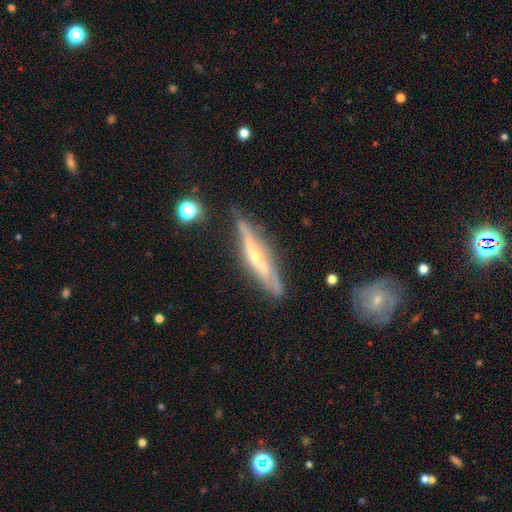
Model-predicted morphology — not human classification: Smooth or featured? featured or disk (72%)
Edge-on disk? yes (86%)
Edge-on bulge? rounded (60%)
Merging? none (70%)